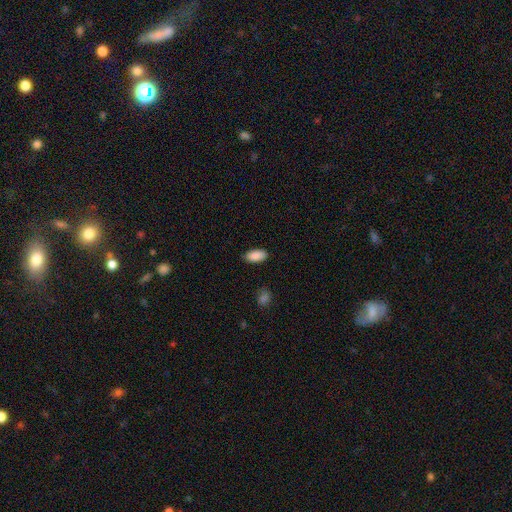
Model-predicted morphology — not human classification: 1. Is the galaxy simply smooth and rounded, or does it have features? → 90% smooth, 7% star or artifact, 3% featured or disk.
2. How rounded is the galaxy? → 93% in between, 5% cigar-shaped, 2% round.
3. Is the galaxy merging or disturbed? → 87% none, 10% minor disturbance, 2% major disturbance, 1% merger.